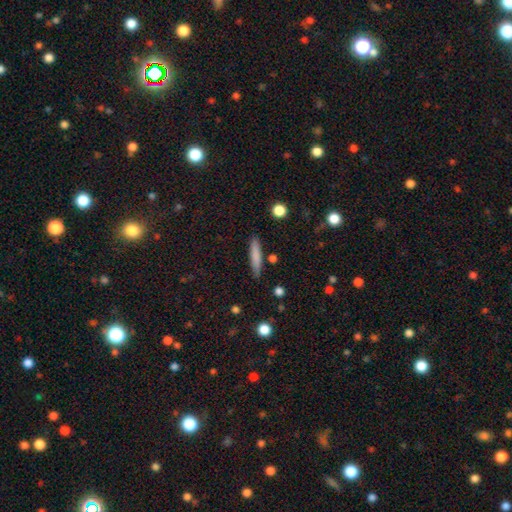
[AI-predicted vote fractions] Morphology: type=smooth (78%); roundness=cigar-shaped (89%); merging=none (84%).